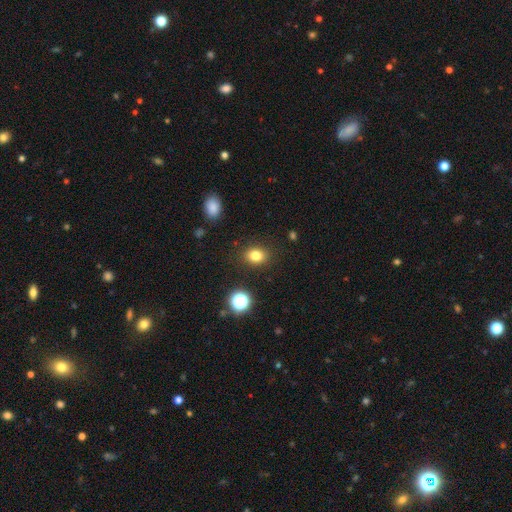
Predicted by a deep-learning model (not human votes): This is clearly a smooth galaxy (80%). How rounded: possibly in between (51%). Merging: clearly none (87%).